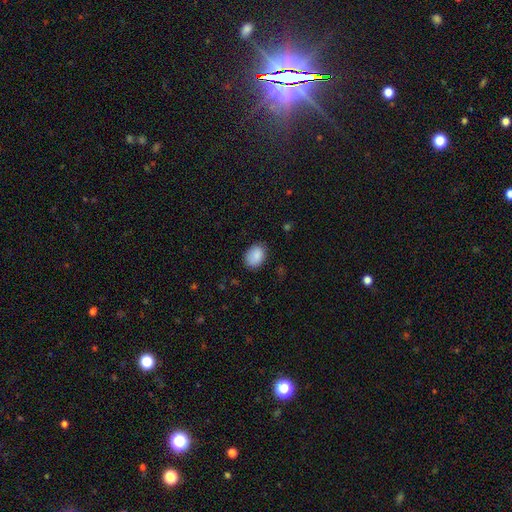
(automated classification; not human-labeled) smooth-or-featured: smooth: 87% | star or artifact: 7% | featured or disk: 5%
  how-rounded: in between: 75% | round: 24% | cigar-shaped: 1%
  merging: none: 79% | minor disturbance: 17% | major disturbance: 3% | merger: 1%